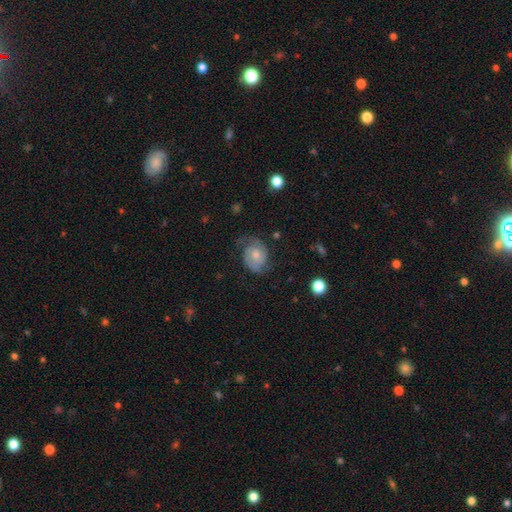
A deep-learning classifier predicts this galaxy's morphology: Smooth or featured?
  - featured or disk: 72% *
  - smooth: 21%
  - star or artifact: 7%
Edge-on disk?
  - no: 97% *
  - yes: 3%
Bar?
  - no: 68% *
  - weak: 28%
  - strong: 4%
Spiral arms?
  - yes: 93% *
  - no: 7%
Spiral winding?
  - medium: 42% *
  - tight: 40%
  - loose: 18%
Spiral arm count?
  - 2: 81% *
  - can't tell: 9%
  - 1: 6%
  - 3: 2%
  - 4: 1%
  - more than 4: 1%
Bulge size?
  - moderate: 52% *
  - small: 38%
  - large: 4%
  - none: 4%
  - dominant: 1%
Merging?
  - none: 61% *
  - minor disturbance: 23%
  - major disturbance: 14%
  - merger: 2%